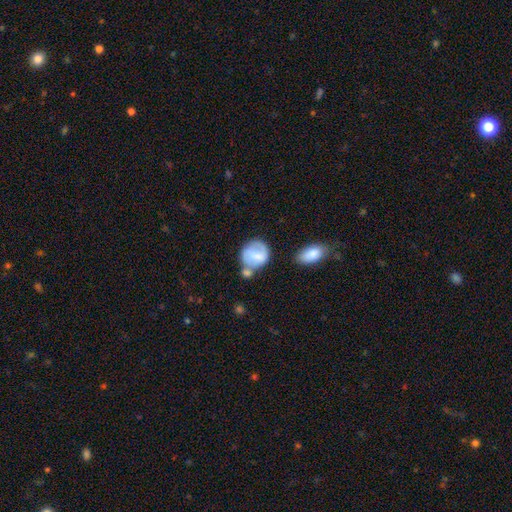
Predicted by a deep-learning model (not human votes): Smooth or featured: smooth — 65% (featured or disk — 27%)
How rounded: round — 73% (in between — 26%)
Merging: none — 43% (merger — 24%)